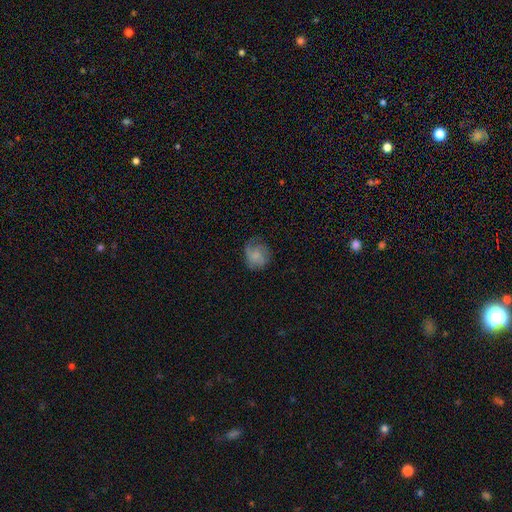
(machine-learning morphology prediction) Smooth or featured: smooth — 52% (featured or disk — 39%)
How rounded: round — 75% (in between — 24%)
Merging: none — 62% (minor disturbance — 23%)